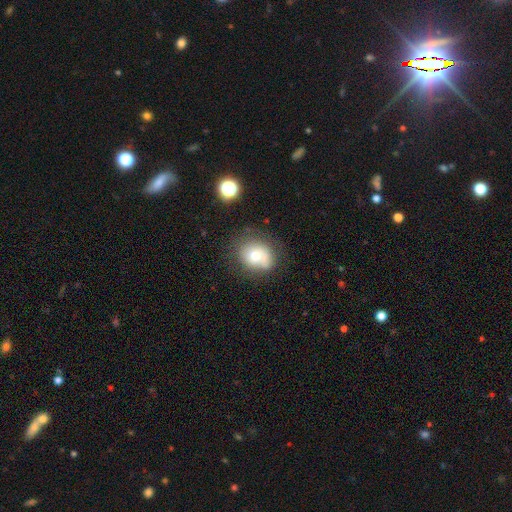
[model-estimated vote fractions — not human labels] Smooth or featured? Predicted: smooth (p=0.67). How rounded? Predicted: round (p=0.65). Merging? Predicted: none (p=0.61).